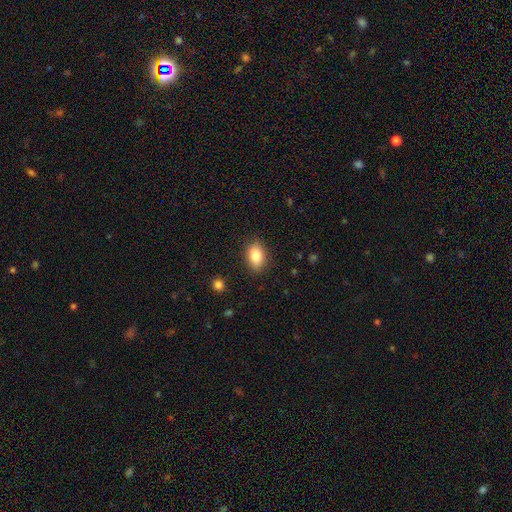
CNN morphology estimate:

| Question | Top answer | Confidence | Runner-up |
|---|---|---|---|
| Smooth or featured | smooth | 84% | star or artifact (8%) |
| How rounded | in between | 84% | round (14%) |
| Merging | none | 86% | minor disturbance (10%) |